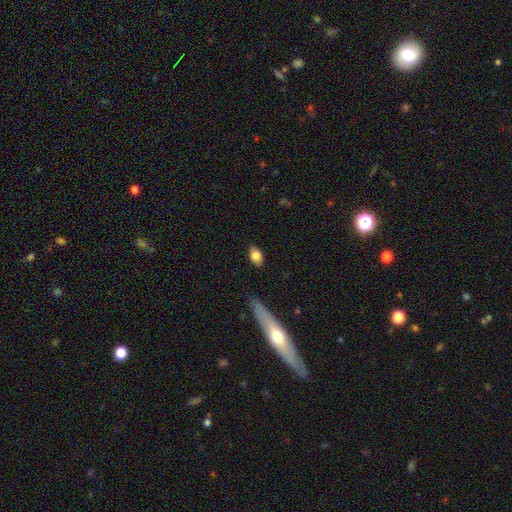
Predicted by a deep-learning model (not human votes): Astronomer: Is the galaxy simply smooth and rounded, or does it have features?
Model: smooth — 82%.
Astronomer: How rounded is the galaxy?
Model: in between — 85%.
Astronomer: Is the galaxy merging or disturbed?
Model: none — 85%.